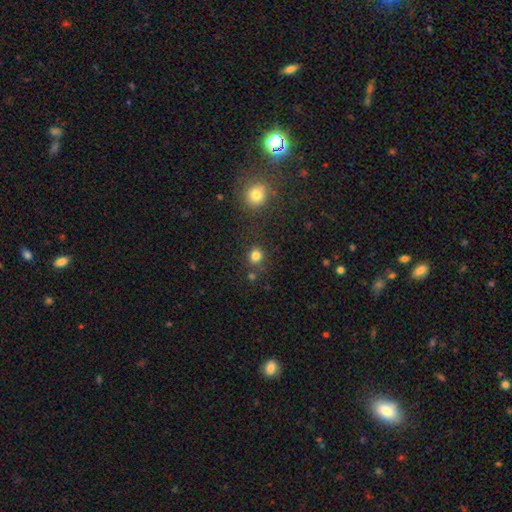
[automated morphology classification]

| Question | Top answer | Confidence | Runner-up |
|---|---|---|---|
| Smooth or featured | smooth | 81% | star or artifact (14%) |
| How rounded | round | 85% | in between (14%) |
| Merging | none | 80% | minor disturbance (9%) |